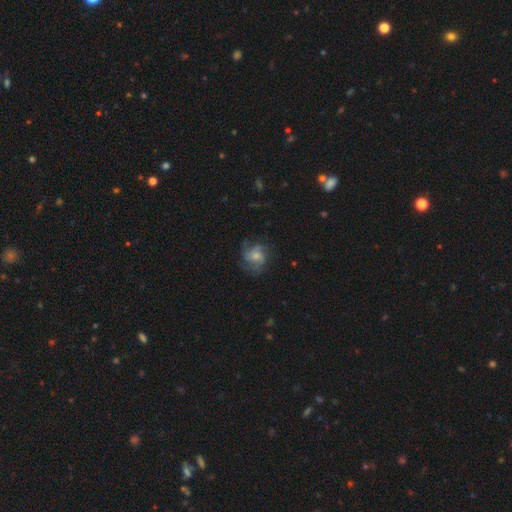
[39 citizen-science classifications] Smooth or featured?
  - featured or disk: 72% *
  - smooth: 18%
  - star or artifact: 10%
Edge-on disk?
  - no: 100% *
  - yes: 0%
Bar?
  - no: 86% *
  - weak: 14%
  - strong: 0%
Spiral arms?
  - yes: 79% *
  - no: 21%
Spiral winding?
  - medium: 64% *
  - tight: 18%
  - loose: 18%
Spiral arm count?
  - 3: 68% *
  - can't tell: 18%
  - 2: 9%
  - 4: 5%
  - 1: 0%
  - more than 4: 0%
Bulge size?
  - moderate: 61% *
  - small: 36%
  - none: 4%
  - dominant: 0%
  - large: 0%
Merging?
  - none: 66% *
  - major disturbance: 20%
  - minor disturbance: 14%
  - merger: 0%